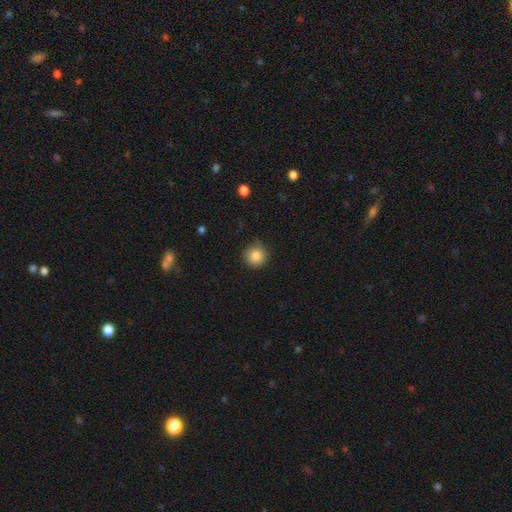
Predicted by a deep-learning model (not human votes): smooth 84%, star or artifact 10%, featured or disk 6%. Down the decision tree: how rounded — round (94%); merging — none (79%).